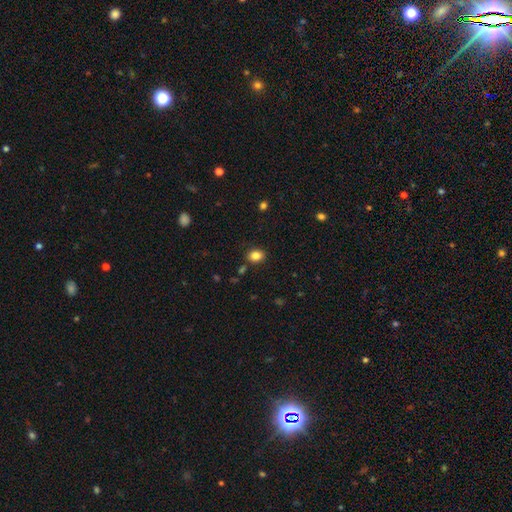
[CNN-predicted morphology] Smooth or featured: smooth — 84% (star or artifact — 11%)
How rounded: in between — 60% (round — 39%)
Merging: none — 85% (minor disturbance — 10%)